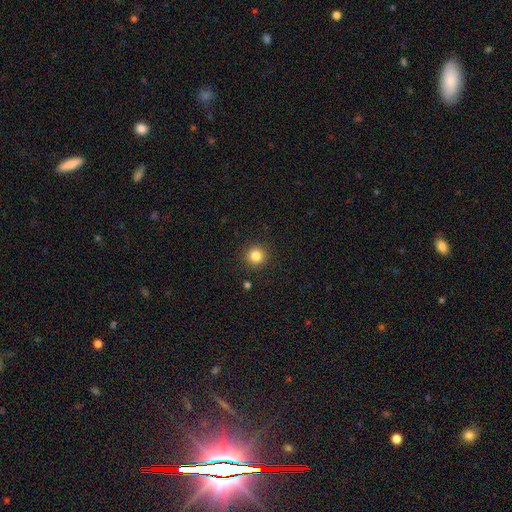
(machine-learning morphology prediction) This is clearly a smooth galaxy (84%). How rounded: clearly round (94%). Merging: clearly none (91%).